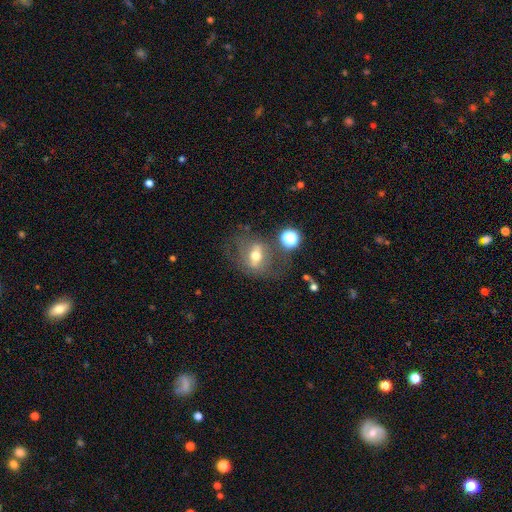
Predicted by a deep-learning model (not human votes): Q: Smooth or featured?
A: featured or disk (50%); runner-up: smooth (37%)
Q: Merging?
A: none (56%); runner-up: minor disturbance (19%)